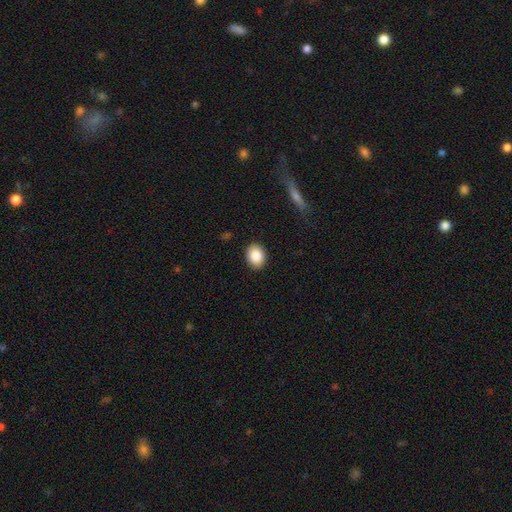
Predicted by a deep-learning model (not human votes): smooth_or_featured: smooth (p=0.87) [alt: star or artifact p=0.08]
how_rounded: in between (p=0.55) [alt: round p=0.43]
merging: none (p=0.89) [alt: minor disturbance p=0.08]